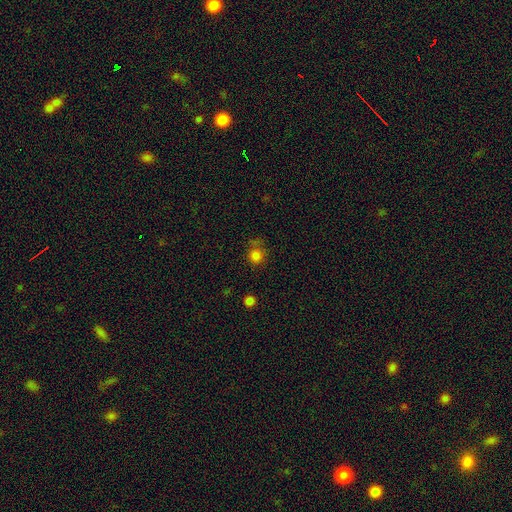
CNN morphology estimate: Smooth or featured: smooth — 78% (star or artifact — 16%)
How rounded: round — 90% (in between — 9%)
Merging: none — 68% (minor disturbance — 18%)